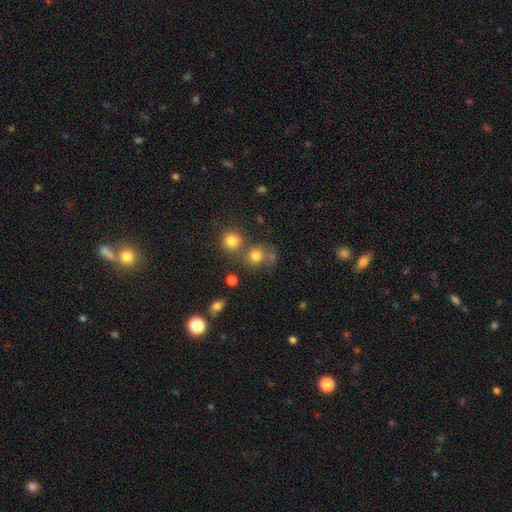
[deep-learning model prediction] Q: Smooth or featured?
A: smooth (76%); runner-up: star or artifact (15%)
Q: How rounded?
A: round (82%); runner-up: in between (17%)
Q: Merging?
A: none (54%); runner-up: merger (28%)